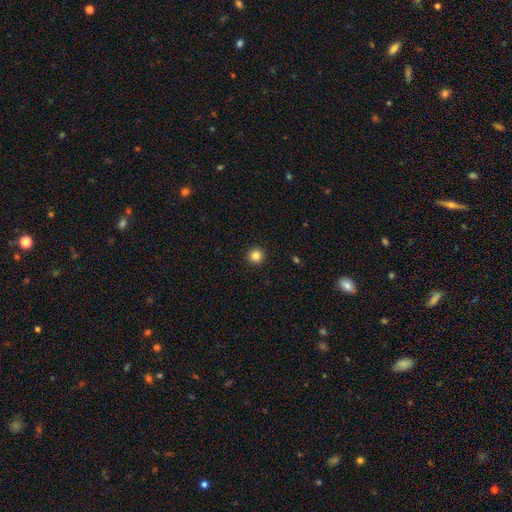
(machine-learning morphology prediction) smooth-or-featured: smooth: 83% | star or artifact: 12% | featured or disk: 5%
  how-rounded: round: 95% | in between: 4% | cigar-shaped: 1%
  merging: none: 93% | minor disturbance: 4% | major disturbance: 2% | merger: 1%